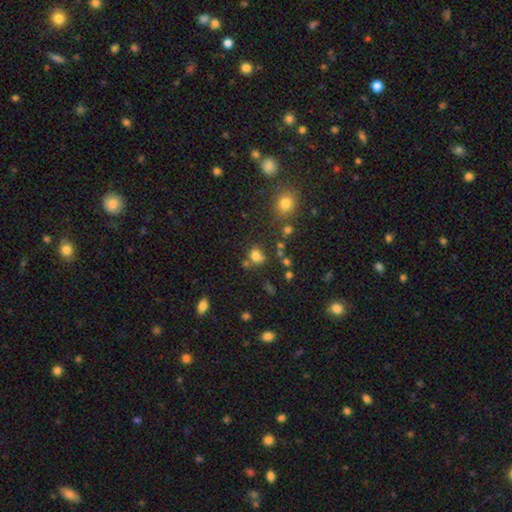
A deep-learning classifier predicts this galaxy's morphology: Q: Smooth or featured?
A: smooth (76%); runner-up: star or artifact (16%)
Q: How rounded?
A: round (72%); runner-up: in between (27%)
Q: Merging?
A: none (61%); runner-up: merger (19%)